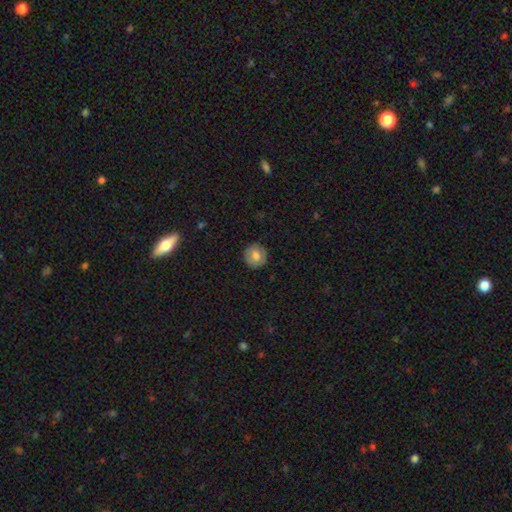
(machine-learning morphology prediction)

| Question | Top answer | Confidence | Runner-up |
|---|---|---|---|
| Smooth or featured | smooth | 69% | featured or disk (22%) |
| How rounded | round | 91% | in between (8%) |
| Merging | none | 88% | minor disturbance (9%) |